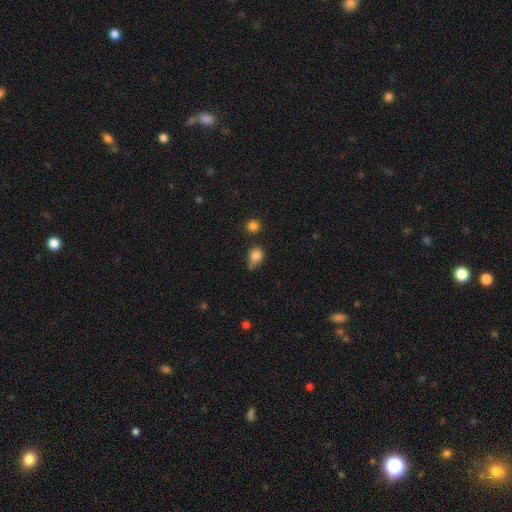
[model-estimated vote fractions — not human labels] smooth-or-featured: smooth: 82% | star or artifact: 11% | featured or disk: 7%
  how-rounded: round: 59% | in between: 39% | cigar-shaped: 2%
  merging: none: 45% | minor disturbance: 32% | merger: 13% | major disturbance: 10%